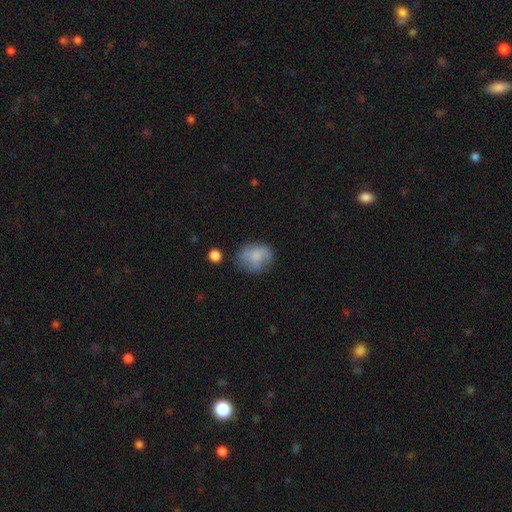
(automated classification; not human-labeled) Morphology: type=smooth (72%); roundness=in between (51%); merging=none (55%).